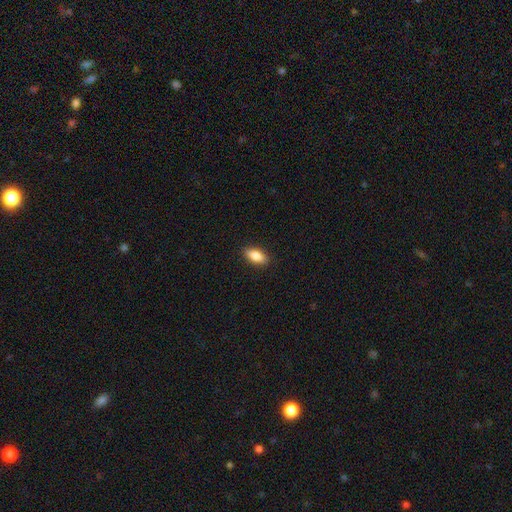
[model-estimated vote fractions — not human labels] A smooth galaxy with no disk features (85%) that is in between round and cigar-shaped (86%).

Vote fractions:
- Smooth or featured? smooth: 85% / featured or disk: 8% / star or artifact: 7%
- How rounded? in between: 86% / cigar-shaped: 11% / round: 3%
- Merging? none: 89% / minor disturbance: 8% / major disturbance: 2% / merger: 1%